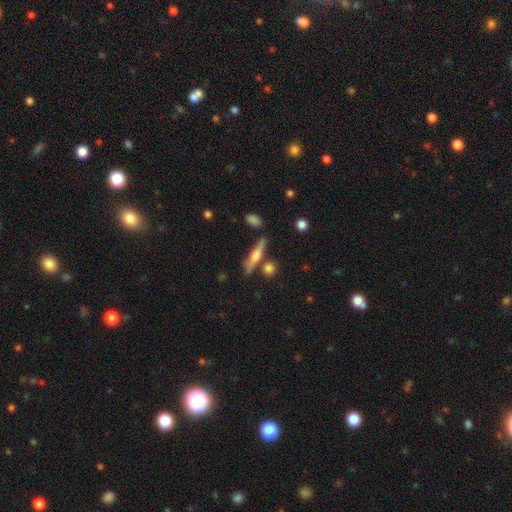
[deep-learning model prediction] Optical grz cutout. It shows a featured or disk galaxy (50%). Merging: none (75%).